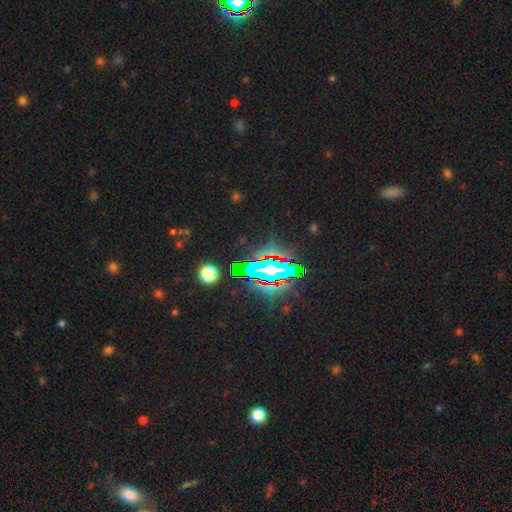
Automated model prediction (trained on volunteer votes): star or artifact 78%, smooth 12%, featured or disk 10%.